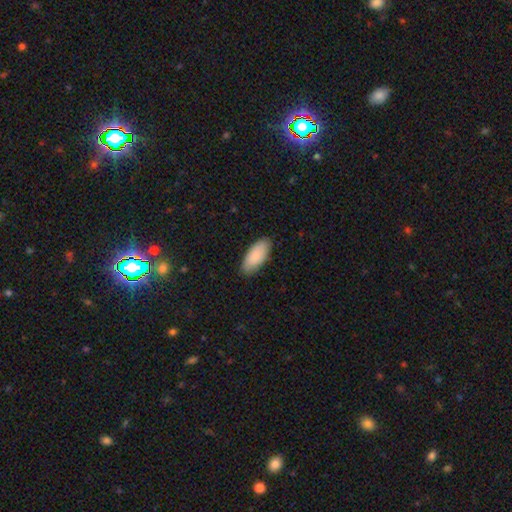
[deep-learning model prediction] Smooth or featured: smooth — 87% (featured or disk — 8%)
How rounded: in between — 89% (cigar-shaped — 10%)
Merging: none — 84% (minor disturbance — 13%)